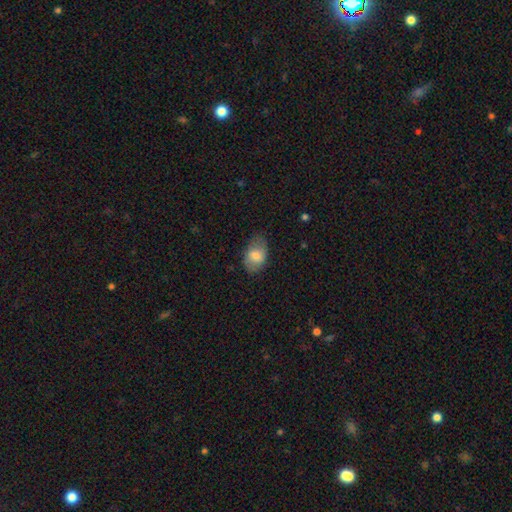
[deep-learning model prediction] Smooth or featured? Predicted: smooth (p=0.73). How rounded? Predicted: in between (p=0.86). Merging? Predicted: none (p=0.69).